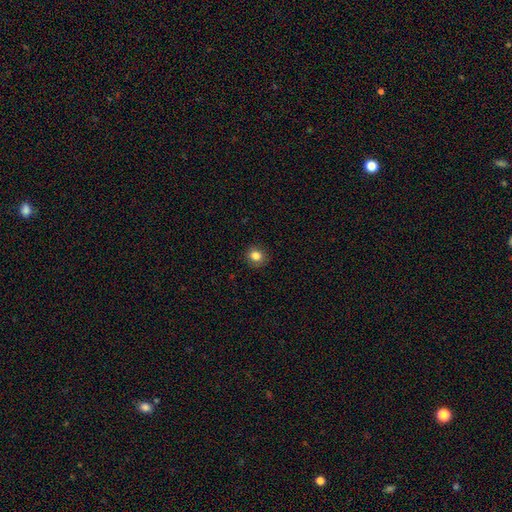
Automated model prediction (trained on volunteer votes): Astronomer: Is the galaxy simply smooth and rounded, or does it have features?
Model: smooth — 83%.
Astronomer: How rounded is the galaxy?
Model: round — 85%.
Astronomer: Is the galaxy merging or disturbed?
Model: none — 89%.